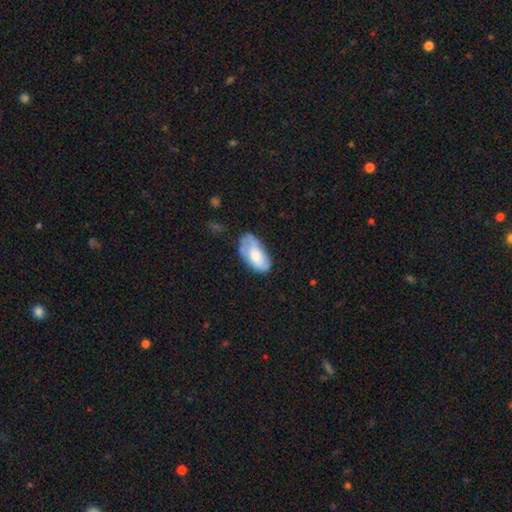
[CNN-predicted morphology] Smooth or featured? smooth (64%)
How rounded? in between (94%)
Merging? none (48%)